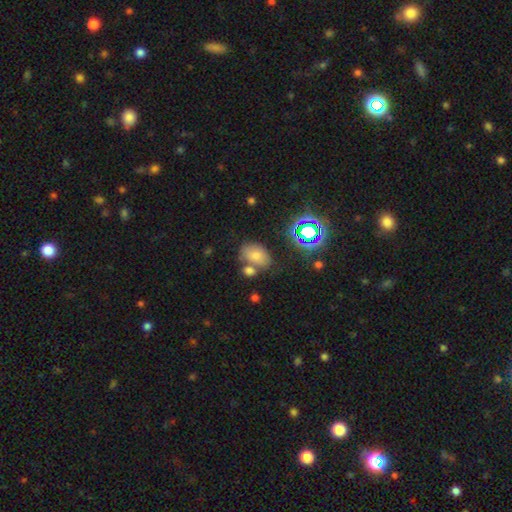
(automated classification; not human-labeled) smooth 68%, star or artifact 18%, featured or disk 14%. Down the decision tree: how rounded — in between (79%); merging — none (53%).